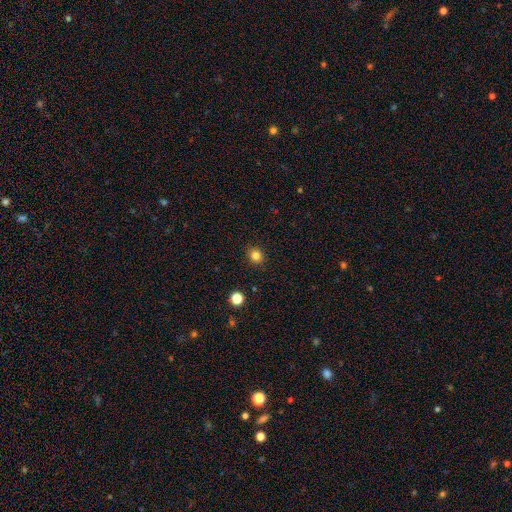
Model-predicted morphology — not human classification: This is clearly a smooth galaxy (82%). How rounded: clearly round (81%). Merging: clearly none (91%).